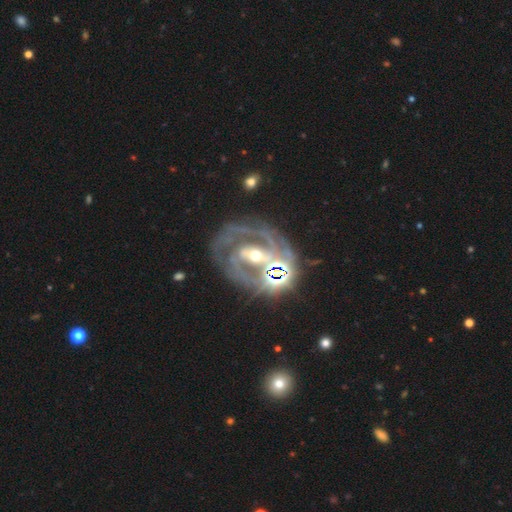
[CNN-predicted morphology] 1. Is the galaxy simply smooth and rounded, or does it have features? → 83% featured or disk, 11% star or artifact, 6% smooth.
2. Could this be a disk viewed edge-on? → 97% no, 3% yes.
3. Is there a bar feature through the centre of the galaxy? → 52% strong, 29% weak, 19% no.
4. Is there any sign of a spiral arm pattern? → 93% yes, 7% no.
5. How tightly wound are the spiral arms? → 47% tight, 42% medium, 11% loose.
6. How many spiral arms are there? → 59% 2, 14% 3, 13% can't tell, 5% 1, 4% 4, 4% more than 4.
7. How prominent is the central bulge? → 62% moderate, 31% small, 5% large, 1% none, 1% dominant.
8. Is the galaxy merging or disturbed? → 57% none, 18% minor disturbance, 15% major disturbance, 10% merger.